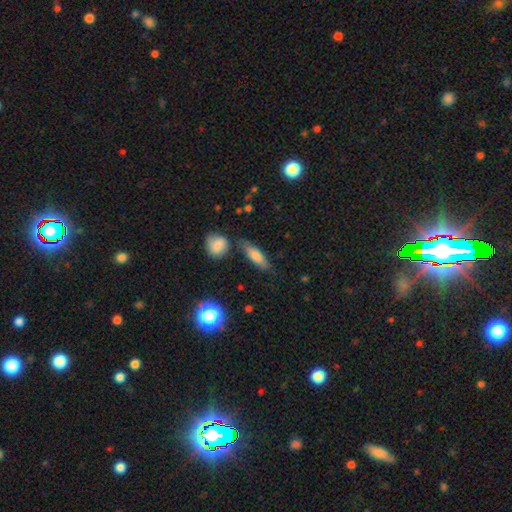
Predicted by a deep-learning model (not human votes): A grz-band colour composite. It shows a smooth galaxy with no disk features (72%) that is cigar-shaped (50%). Merging: none (73%).